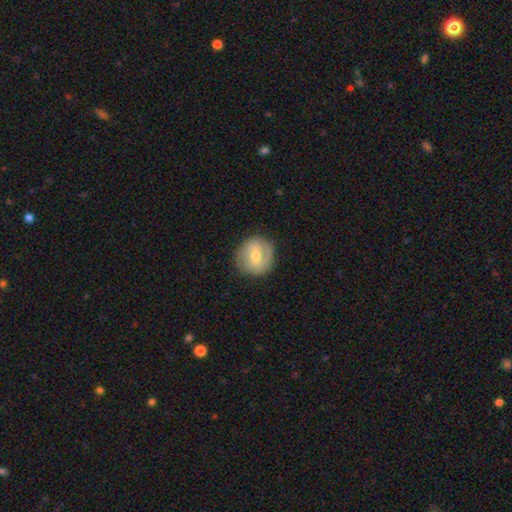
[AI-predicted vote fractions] The model was most divided on "smooth or featured": featured or disk: 49%, smooth: 45%, star or artifact: 6%. More confident: merging — none (82%).